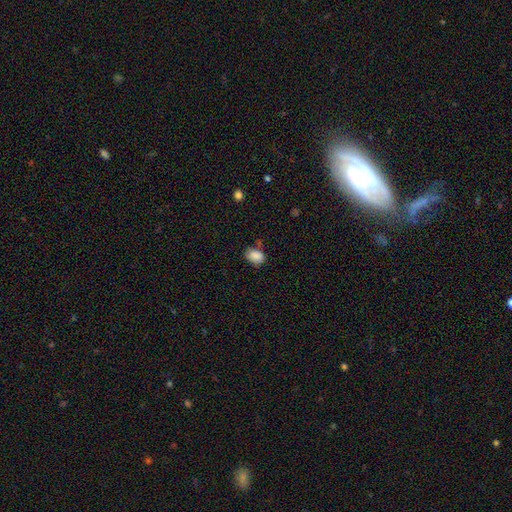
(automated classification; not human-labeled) The model was most divided on "merging": none: 66%, minor disturbance: 23%, merger: 5%, major disturbance: 5%. More confident: smooth or featured — smooth (87%); how rounded — in between (75%).